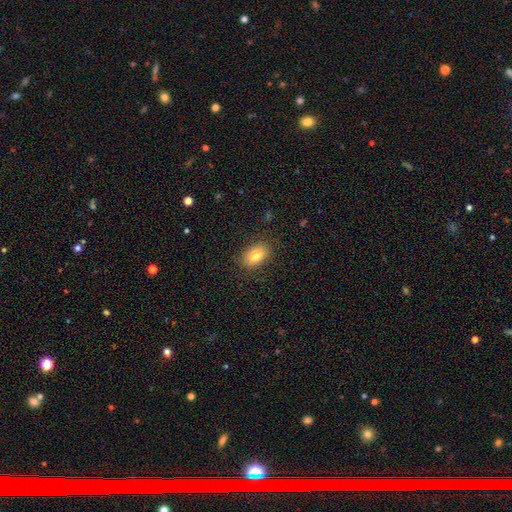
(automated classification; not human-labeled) Q: Smooth or featured?
A: smooth (79%); runner-up: featured or disk (13%)
Q: How rounded?
A: in between (88%); runner-up: round (8%)
Q: Merging?
A: none (84%); runner-up: minor disturbance (11%)